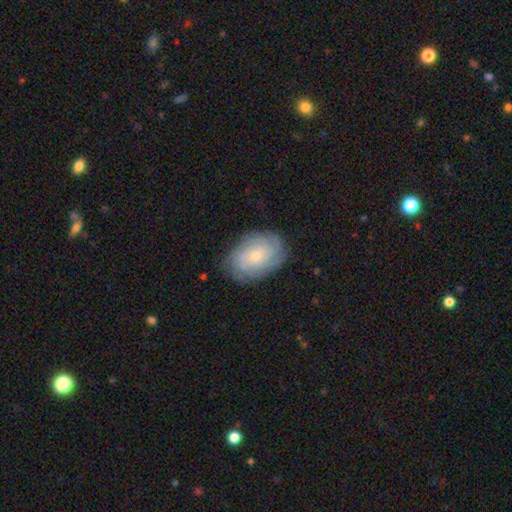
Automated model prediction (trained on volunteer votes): featured or disk 66%, smooth 27%, star or artifact 7%. Down the decision tree: edge-on disk — no (96%); bar — no (78%); spiral arms — yes (90%); spiral arm count — can't tell (48%); spiral winding — tight (72%); bulge size — small (70%); merging — none (79%).